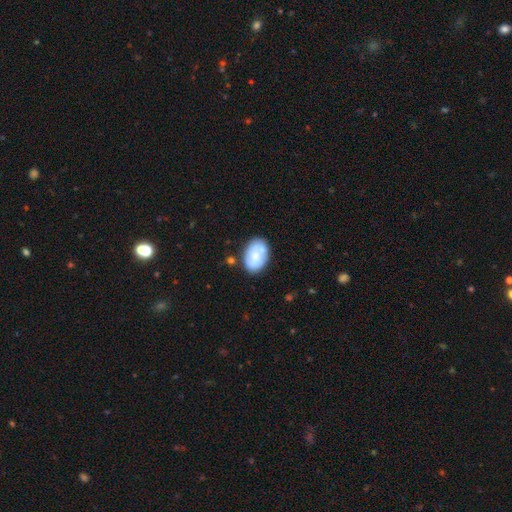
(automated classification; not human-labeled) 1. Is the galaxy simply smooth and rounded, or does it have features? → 65% smooth, 28% featured or disk, 6% star or artifact.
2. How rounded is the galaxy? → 85% in between, 14% round, 1% cigar-shaped.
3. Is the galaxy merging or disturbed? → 71% none, 17% minor disturbance, 8% merger, 4% major disturbance.